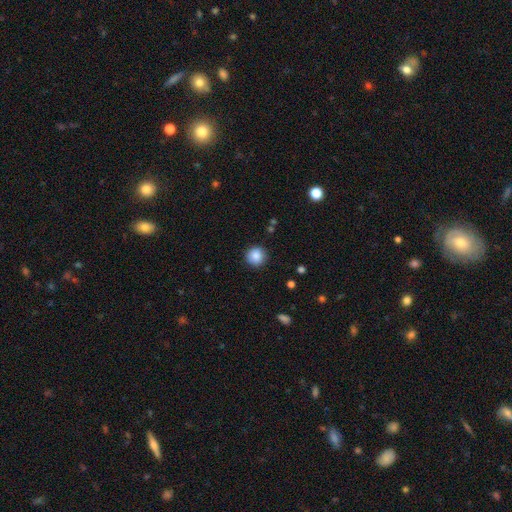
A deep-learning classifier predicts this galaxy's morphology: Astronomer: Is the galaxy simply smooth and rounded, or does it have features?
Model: smooth — 87%.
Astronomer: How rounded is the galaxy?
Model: round — 93%.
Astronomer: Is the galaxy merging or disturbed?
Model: none — 89%.